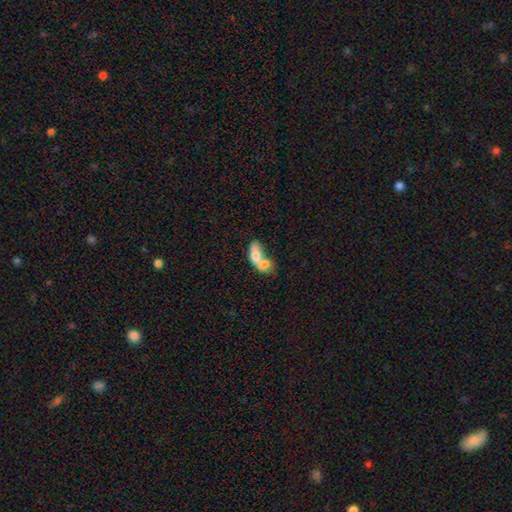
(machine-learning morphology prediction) A smooth galaxy with no disk features (63%) that is in between round and cigar-shaped (75%). Merging: merger (79%).